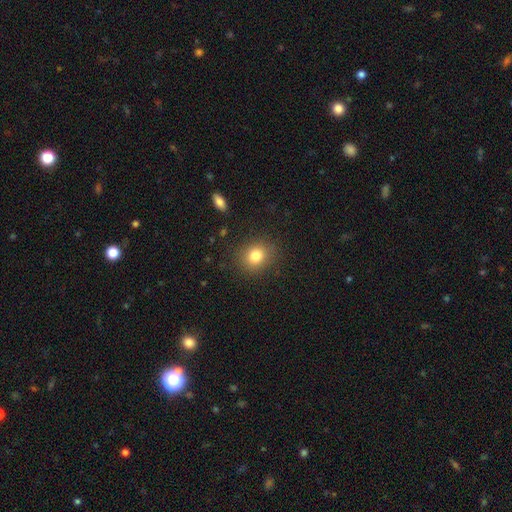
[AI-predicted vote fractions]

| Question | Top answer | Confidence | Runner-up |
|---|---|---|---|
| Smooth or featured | smooth | 81% | star or artifact (11%) |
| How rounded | round | 72% | in between (27%) |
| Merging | none | 87% | minor disturbance (9%) |